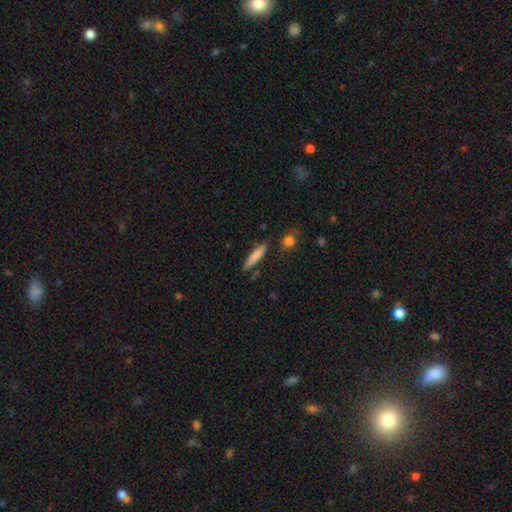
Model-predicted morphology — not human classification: Overall: smooth (78%). How rounded: cigar-shaped (88%). Merging: none (82%).